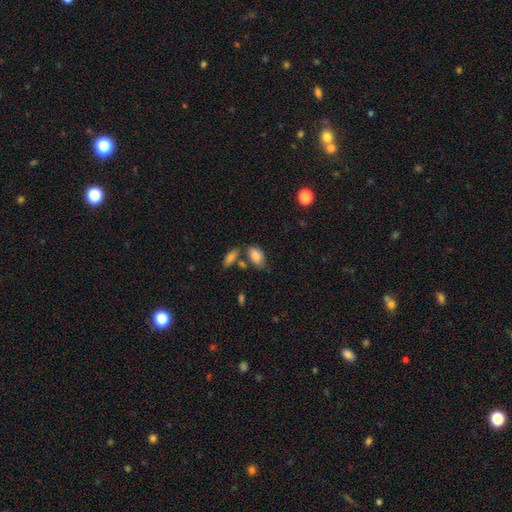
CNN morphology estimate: Smooth or featured: smooth — 84% (featured or disk — 9%)
How rounded: in between — 92% (round — 6%)
Merging: none — 53% (merger — 22%)